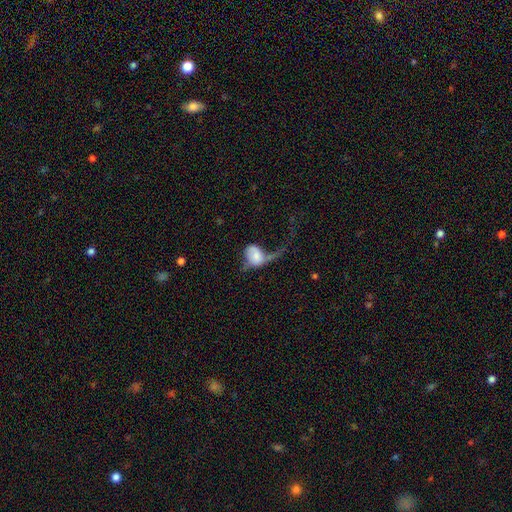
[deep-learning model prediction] smooth-or-featured: smooth: 58% | featured or disk: 34% | star or artifact: 7%
  how-rounded: in between: 64% | round: 34% | cigar-shaped: 2%
  merging: major disturbance: 61% | minor disturbance: 15% | none: 14% | merger: 10%